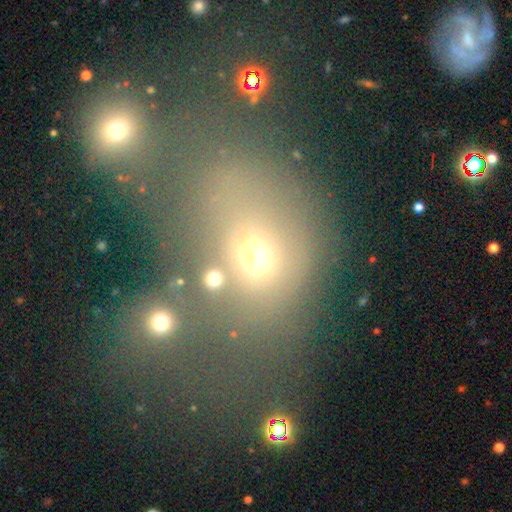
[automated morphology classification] smooth-or-featured: smooth: 61% | star or artifact: 21% | featured or disk: 18%
  how-rounded: in between: 57% | round: 41% | cigar-shaped: 2%
  merging: merger: 41% | none: 31% | major disturbance: 15% | minor disturbance: 13%